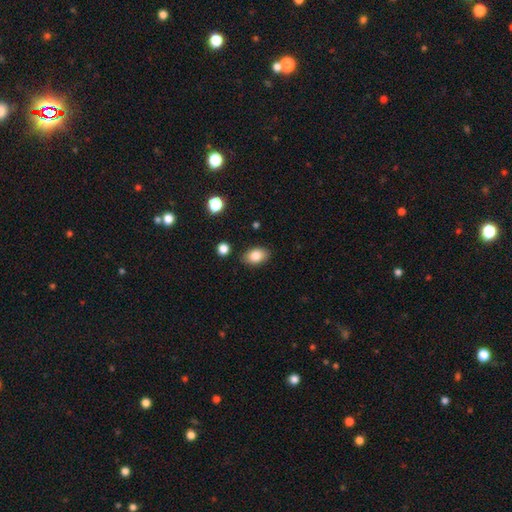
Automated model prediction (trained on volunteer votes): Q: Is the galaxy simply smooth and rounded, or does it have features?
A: smooth — 84%.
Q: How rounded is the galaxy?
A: in between — 85%.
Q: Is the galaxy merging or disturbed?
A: none — 85%.